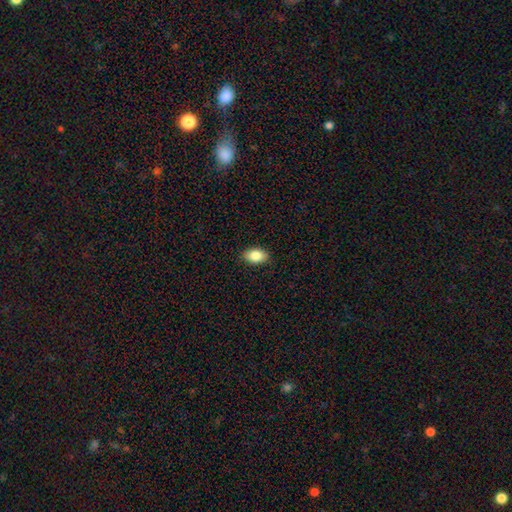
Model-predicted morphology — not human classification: Smooth or featured: smooth — 86% (star or artifact — 8%)
How rounded: in between — 90% (round — 8%)
Merging: none — 88% (minor disturbance — 9%)